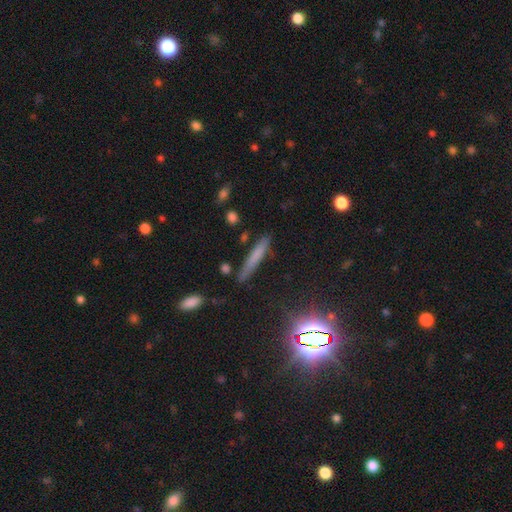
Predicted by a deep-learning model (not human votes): A smooth galaxy with no disk features (63%) that is cigar-shaped (91%). Merging: none (78%).